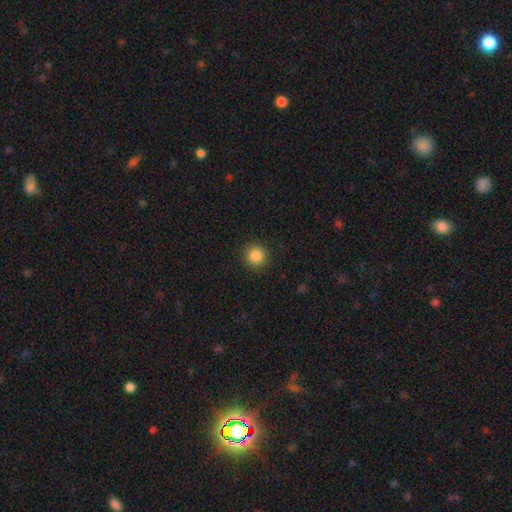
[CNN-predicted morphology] smooth 86%, star or artifact 10%, featured or disk 4%. Down the decision tree: how rounded — round (94%); merging — none (91%).